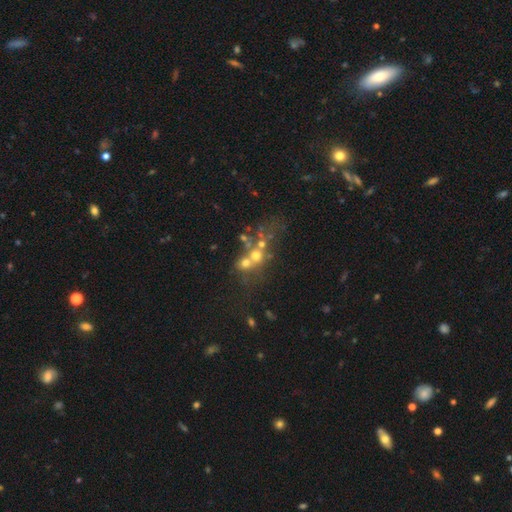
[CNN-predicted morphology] smooth-or-featured: smooth: 43% | featured or disk: 34% | star or artifact: 23%
  merging: merger: 51% | none: 31% | major disturbance: 10% | minor disturbance: 8%